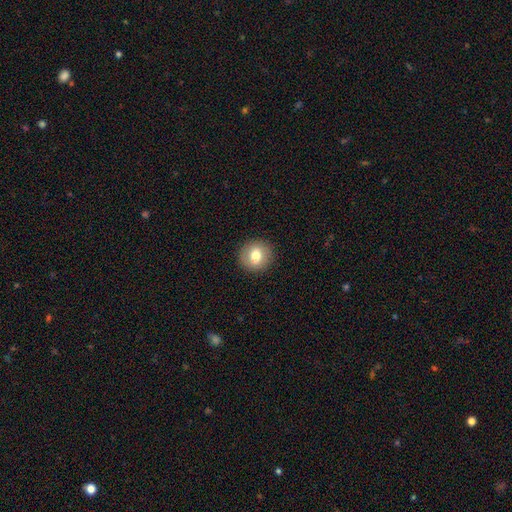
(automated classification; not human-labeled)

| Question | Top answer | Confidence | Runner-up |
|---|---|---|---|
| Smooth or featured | smooth | 75% | featured or disk (17%) |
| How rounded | round | 87% | in between (12%) |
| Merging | none | 90% | minor disturbance (7%) |